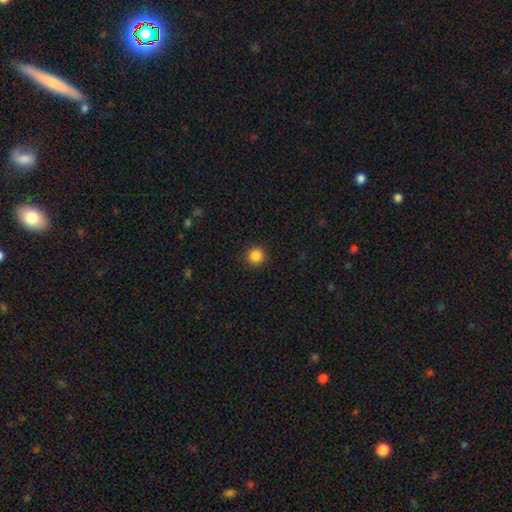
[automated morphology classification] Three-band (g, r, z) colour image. It shows a smooth galaxy with no disk features (86%) that is round (95%). Merging: none (92%).